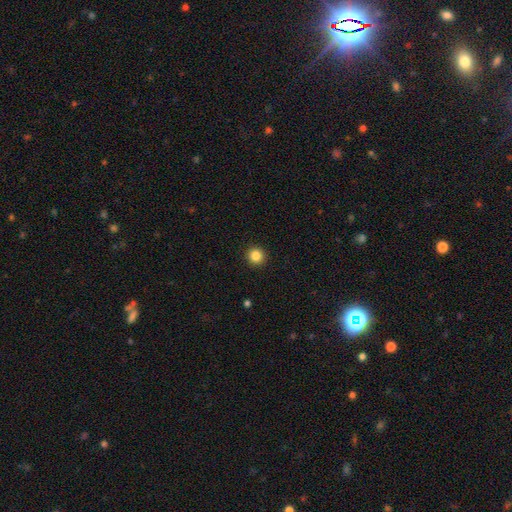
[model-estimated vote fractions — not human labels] Smooth or featured? Predicted: smooth (p=0.85). How rounded? Predicted: round (p=0.95). Merging? Predicted: none (p=0.93).